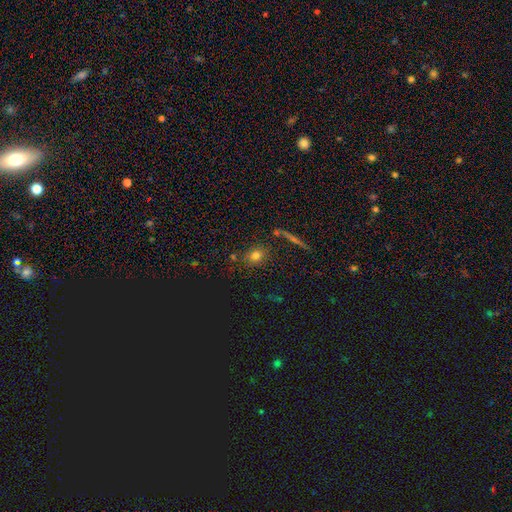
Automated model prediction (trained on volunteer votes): Q: Smooth or featured?
A: smooth (74%); runner-up: star or artifact (16%)
Q: How rounded?
A: round (67%); runner-up: in between (30%)
Q: Merging?
A: none (77%); runner-up: minor disturbance (12%)